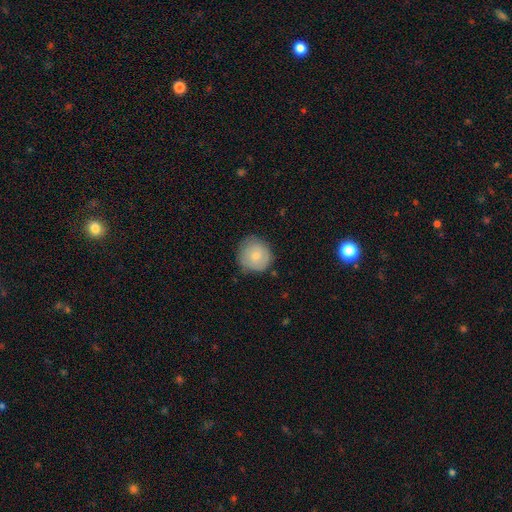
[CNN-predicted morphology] A smooth galaxy with no disk features (75%) that is round (91%). Merging: none (75%).